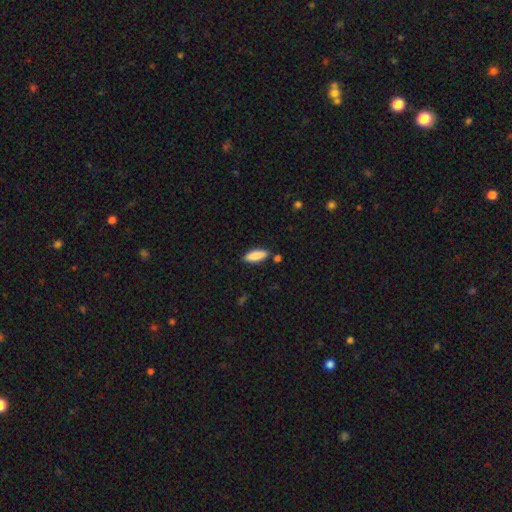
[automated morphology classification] smooth-or-featured: smooth: 88% | star or artifact: 6% | featured or disk: 6%
  how-rounded: in between: 68% | cigar-shaped: 30% | round: 2%
  merging: none: 82% | minor disturbance: 11% | merger: 4% | major disturbance: 2%